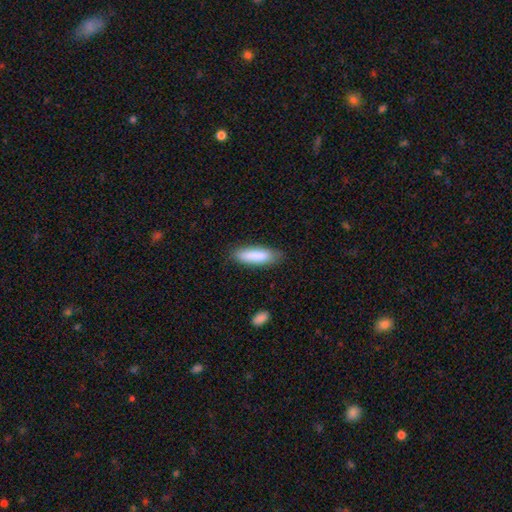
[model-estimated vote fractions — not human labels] smooth_or_featured: smooth (p=0.85) [alt: featured or disk p=0.09]
how_rounded: cigar-shaped (p=0.56) [alt: in between p=0.42]
merging: none (p=0.83) [alt: minor disturbance p=0.13]